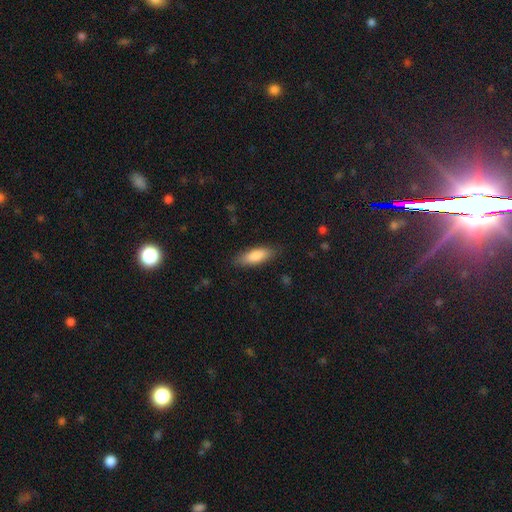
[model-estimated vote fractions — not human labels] Smooth or featured?
  - smooth: 83% *
  - featured or disk: 12%
  - star or artifact: 6%
How rounded?
  - in between: 62% *
  - cigar-shaped: 36%
  - round: 2%
Merging?
  - none: 84% *
  - minor disturbance: 12%
  - major disturbance: 3%
  - merger: 1%